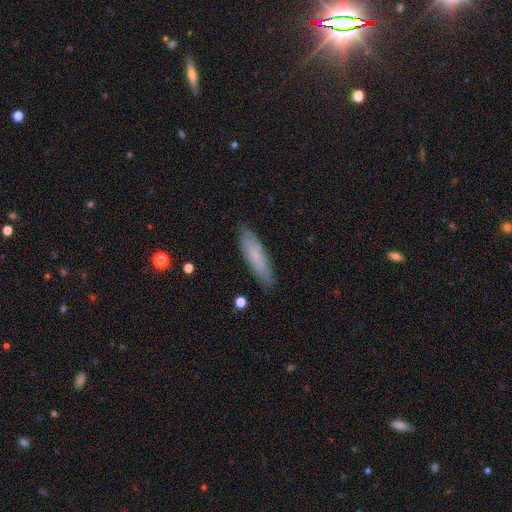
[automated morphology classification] smooth-or-featured: smooth: 66% | featured or disk: 27% | star or artifact: 7%
  how-rounded: cigar-shaped: 71% | in between: 27% | round: 2%
  merging: none: 86% | minor disturbance: 11% | major disturbance: 2% | merger: 1%